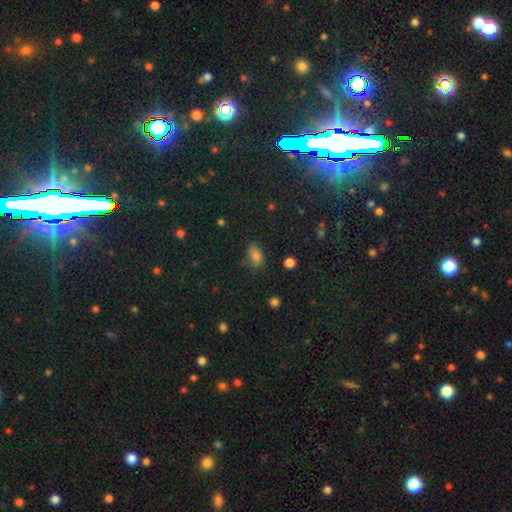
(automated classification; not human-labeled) smooth-or-featured: smooth: 75% | star or artifact: 17% | featured or disk: 8%
  how-rounded: in between: 86% | round: 10% | cigar-shaped: 4%
  merging: none: 67% | minor disturbance: 23% | major disturbance: 7% | merger: 3%